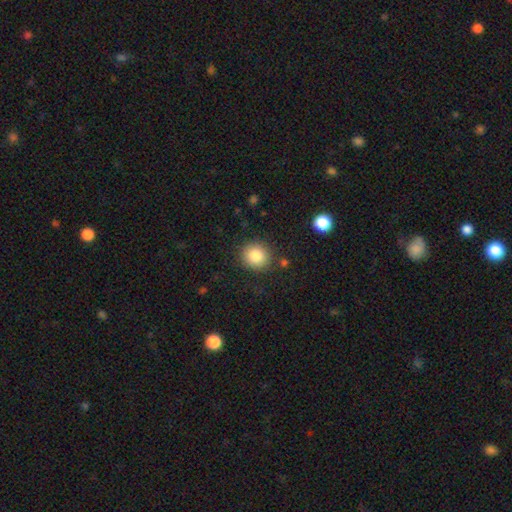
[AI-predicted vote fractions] smooth 84%, star or artifact 9%, featured or disk 7%. Down the decision tree: how rounded — round (84%); merging — none (86%).